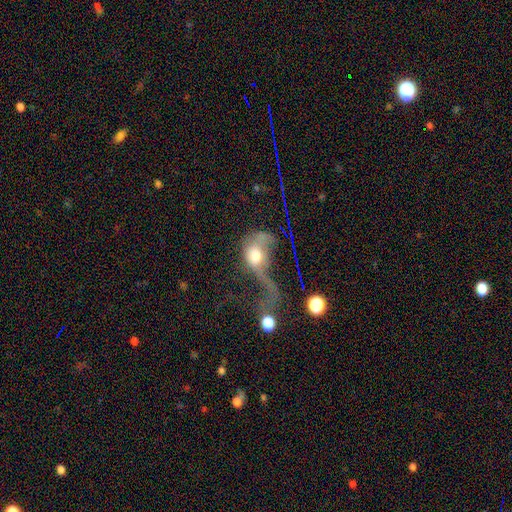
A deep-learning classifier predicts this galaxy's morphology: Smooth or featured?
  - smooth: 50% *
  - featured or disk: 38%
  - star or artifact: 12%
How rounded?
  - in between: 50% *
  - round: 47%
  - cigar-shaped: 3%
Merging?
  - major disturbance: 61% *
  - merger: 20%
  - none: 11%
  - minor disturbance: 9%